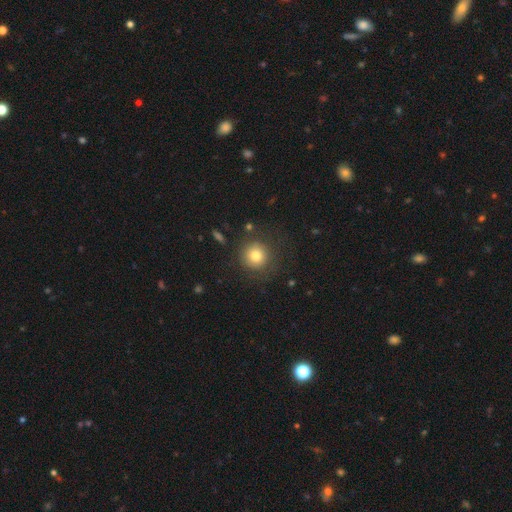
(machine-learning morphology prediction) smooth 78%, star or artifact 11%, featured or disk 11%. Down the decision tree: how rounded — round (94%); merging — none (81%).